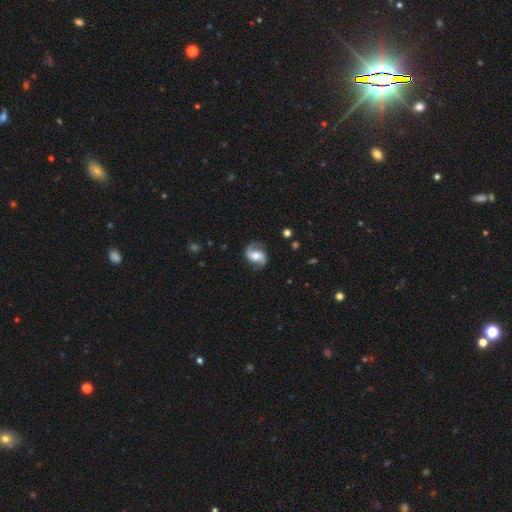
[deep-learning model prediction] The model was most divided on "spiral winding": loose: 47%, medium: 41%, tight: 12%. Remaining: edge-on disk — no (98%); spiral arms — yes (96%); spiral arm count — 2 (93%); smooth or featured — featured or disk (86%); merging — none (81%); bulge size — moderate (68%); bar — no (46%).